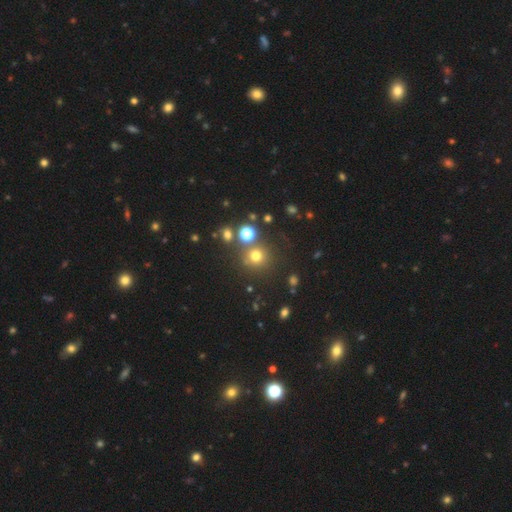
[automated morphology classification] smooth 70%, star or artifact 22%, featured or disk 8%. Down the decision tree: how rounded — round (92%); merging — none (78%).